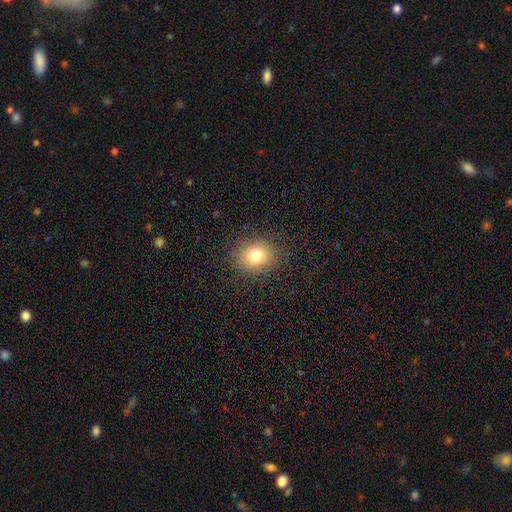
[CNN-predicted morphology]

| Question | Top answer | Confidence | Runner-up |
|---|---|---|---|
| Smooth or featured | smooth | 78% | star or artifact (12%) |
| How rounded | round | 66% | in between (33%) |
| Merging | none | 87% | minor disturbance (9%) |